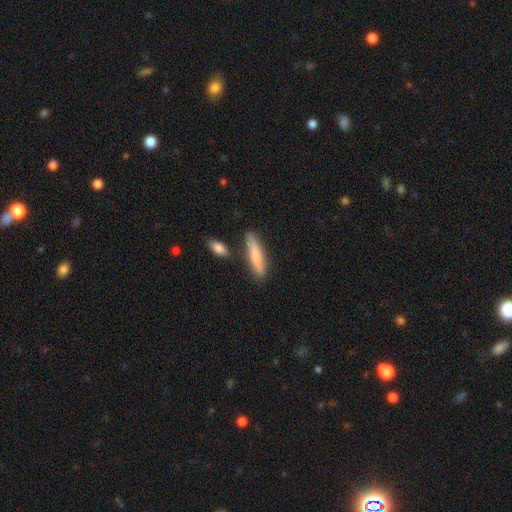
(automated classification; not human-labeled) smooth_or_featured: smooth (p=0.75) [alt: featured or disk p=0.19]
how_rounded: cigar-shaped (p=0.81) [alt: in between p=0.17]
merging: none (p=0.78) [alt: minor disturbance p=0.13]